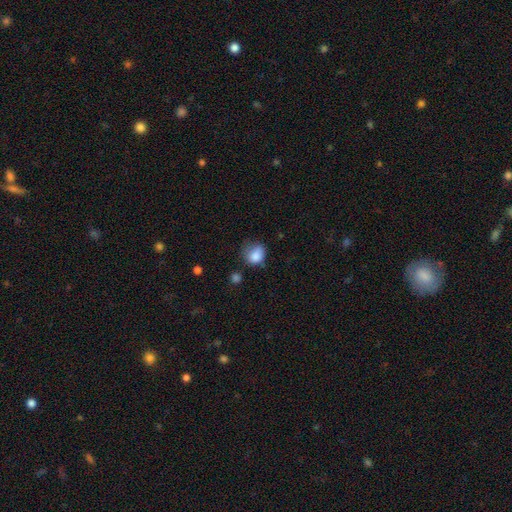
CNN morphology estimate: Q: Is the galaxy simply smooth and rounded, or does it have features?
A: smooth — 81%.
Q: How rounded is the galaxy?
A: round — 51%.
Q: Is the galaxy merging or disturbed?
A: none — 37%.